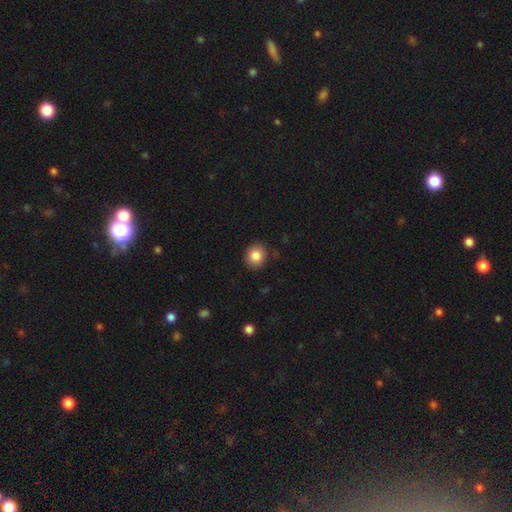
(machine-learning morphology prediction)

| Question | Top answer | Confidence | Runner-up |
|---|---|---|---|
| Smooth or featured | smooth | 85% | star or artifact (9%) |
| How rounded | round | 79% | in between (21%) |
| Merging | none | 88% | minor disturbance (9%) |